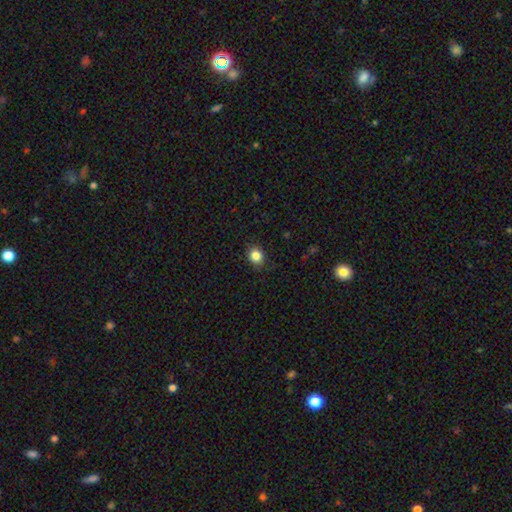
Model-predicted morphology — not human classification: Smooth or featured?
  - smooth: 85% *
  - star or artifact: 10%
  - featured or disk: 5%
How rounded?
  - round: 66% *
  - in between: 33%
  - cigar-shaped: 1%
Merging?
  - none: 87% *
  - minor disturbance: 10%
  - major disturbance: 2%
  - merger: 1%